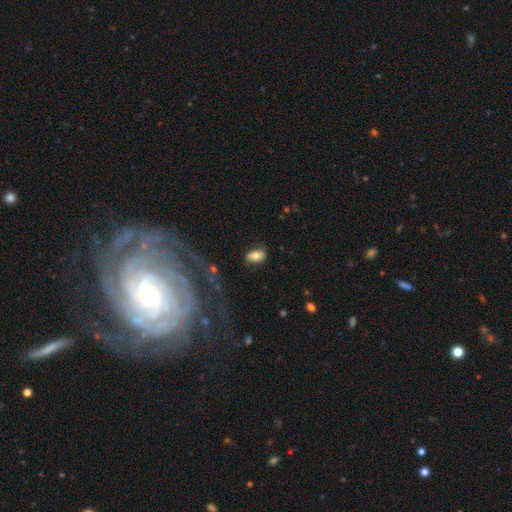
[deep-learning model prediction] This is likely a smooth galaxy (73%). How rounded: clearly in between (86%). Merging: likely none (78%).